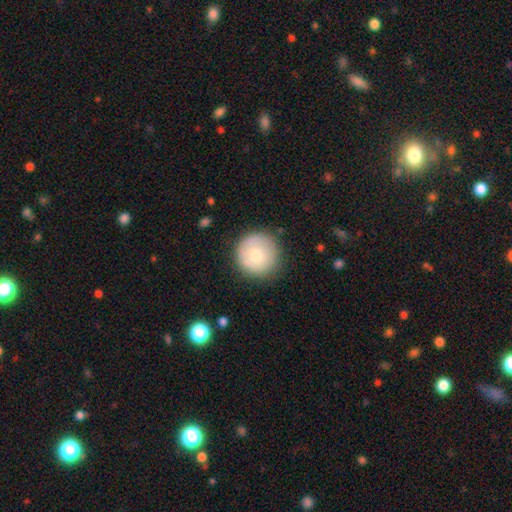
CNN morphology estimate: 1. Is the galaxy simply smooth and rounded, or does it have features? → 73% smooth, 19% featured or disk, 7% star or artifact.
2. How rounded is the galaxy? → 96% round, 3% in between, 1% cigar-shaped.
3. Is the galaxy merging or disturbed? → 83% none, 13% minor disturbance, 3% major disturbance, 1% merger.